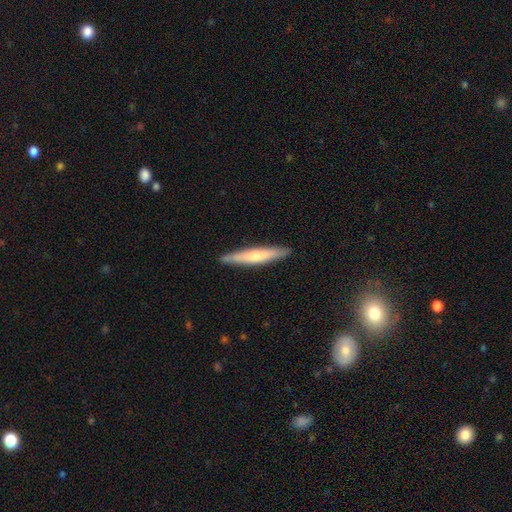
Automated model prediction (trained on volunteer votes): A smooth galaxy with no disk features (53%) that is cigar-shaped (93%).

Vote fractions:
- Smooth or featured? smooth: 53% / featured or disk: 42% / star or artifact: 5%
- How rounded? cigar-shaped: 93% / in between: 6% / round: 1%
- Merging? none: 89% / minor disturbance: 9% / major disturbance: 1% / merger: 1%